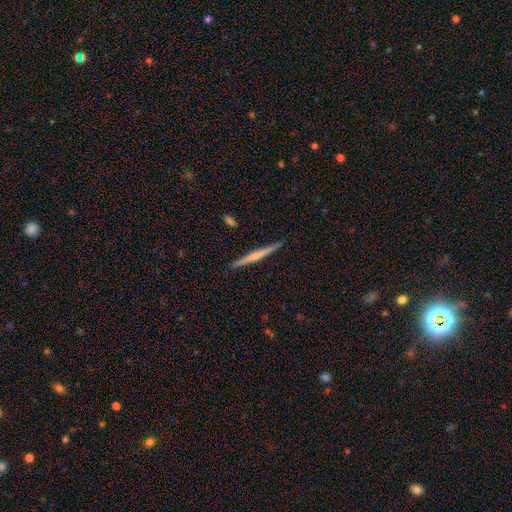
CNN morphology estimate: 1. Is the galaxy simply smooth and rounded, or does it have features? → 58% featured or disk, 36% smooth, 6% star or artifact.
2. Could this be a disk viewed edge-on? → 98% yes, 2% no.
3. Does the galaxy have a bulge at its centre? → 57% rounded, 34% none, 9% boxy.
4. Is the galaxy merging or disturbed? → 91% none, 6% minor disturbance, 1% major disturbance, 1% merger.